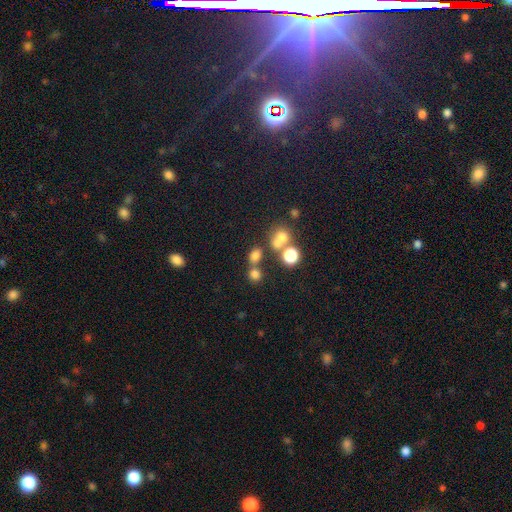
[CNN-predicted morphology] Smooth or featured? smooth (62%)
How rounded? round (70%)
Merging? none (52%)